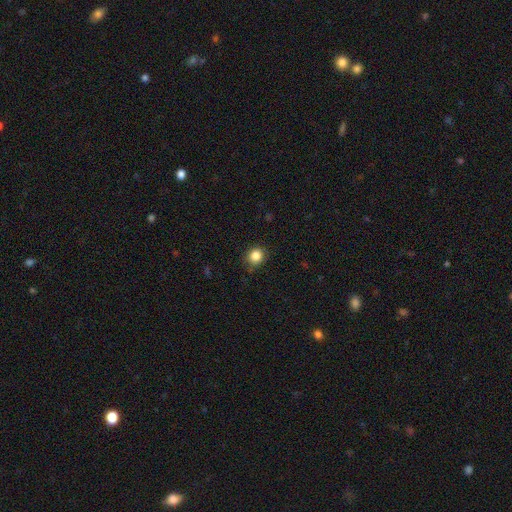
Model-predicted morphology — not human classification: The model was most divided on "how rounded": round: 79%, in between: 20%, cigar-shaped: 1%. More confident: smooth or featured — smooth (85%); merging — none (84%).